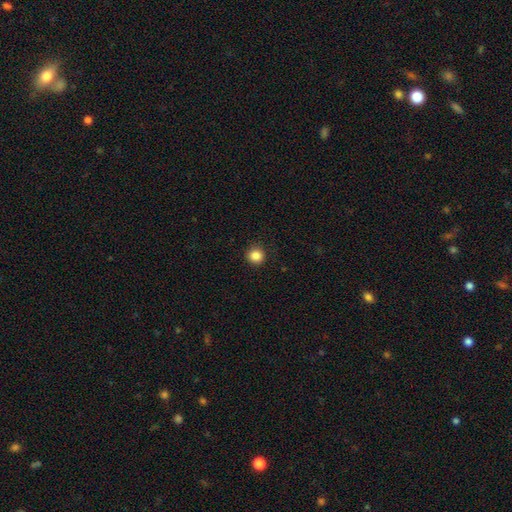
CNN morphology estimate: Smooth or featured: smooth — 86% (star or artifact — 11%)
How rounded: round — 94% (in between — 5%)
Merging: none — 92% (minor disturbance — 6%)